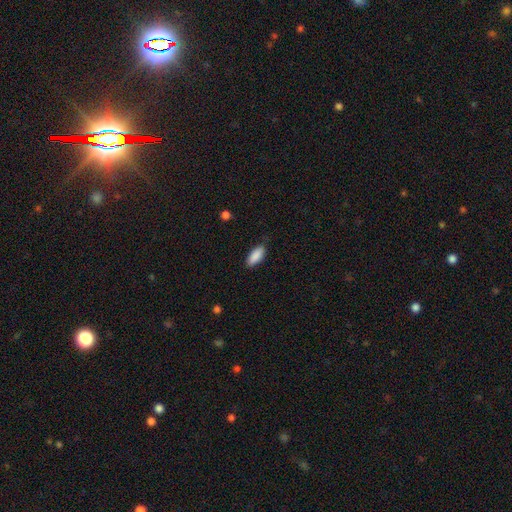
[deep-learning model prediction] smooth 89%, star or artifact 6%, featured or disk 5%. Down the decision tree: how rounded — in between (83%); merging — none (83%).